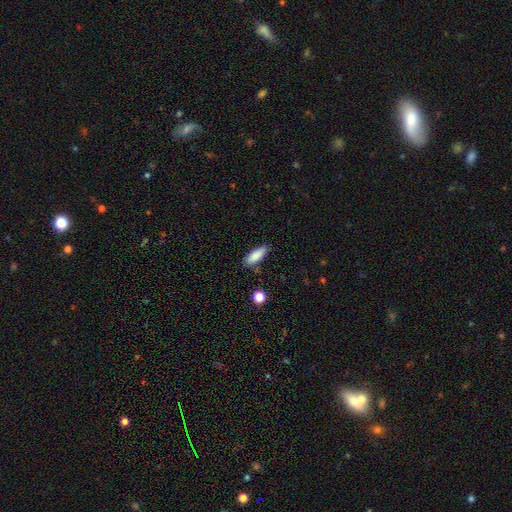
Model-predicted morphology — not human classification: type=smooth (86%); roundness=in between (64%); merging=none (82%).